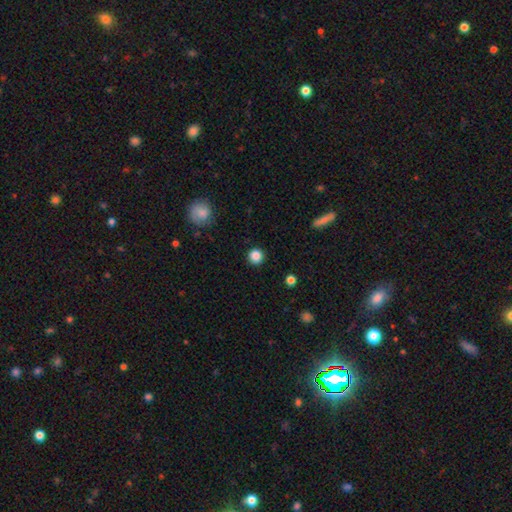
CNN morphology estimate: This is clearly a smooth galaxy (86%). How rounded: clearly round (94%). Merging: clearly none (91%).